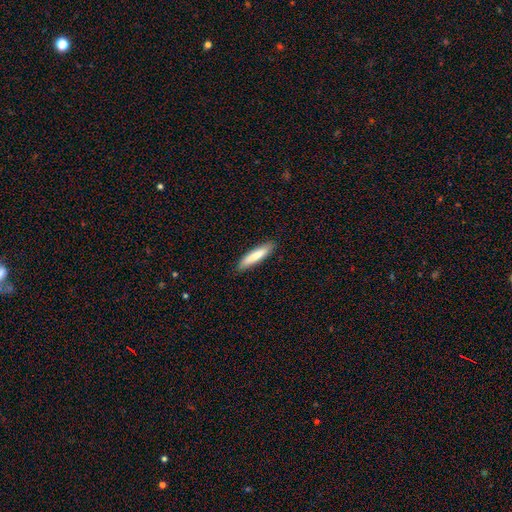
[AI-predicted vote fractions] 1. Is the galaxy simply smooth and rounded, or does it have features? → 80% smooth, 15% featured or disk, 5% star or artifact.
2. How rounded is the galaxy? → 82% cigar-shaped, 17% in between, 1% round.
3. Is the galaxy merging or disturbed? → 87% none, 10% minor disturbance, 2% major disturbance, 1% merger.